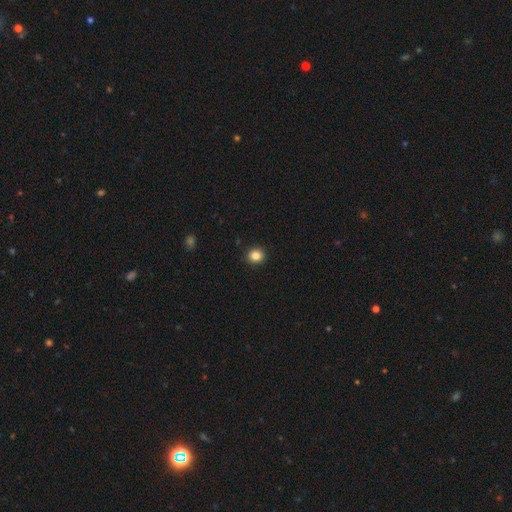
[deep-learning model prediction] Smooth or featured?
  - smooth: 84% *
  - star or artifact: 11%
  - featured or disk: 5%
How rounded?
  - round: 89% *
  - in between: 10%
  - cigar-shaped: 1%
Merging?
  - none: 93% *
  - minor disturbance: 5%
  - major disturbance: 2%
  - merger: 1%